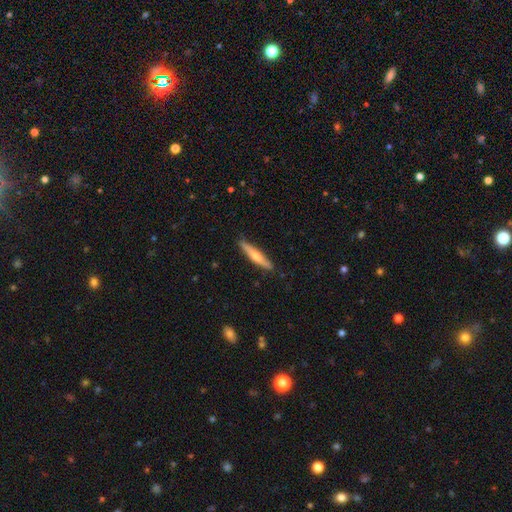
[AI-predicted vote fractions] featured or disk 51%, smooth 43%, star or artifact 6%. Down the decision tree: edge-on disk — yes (94%); merging — none (87%).